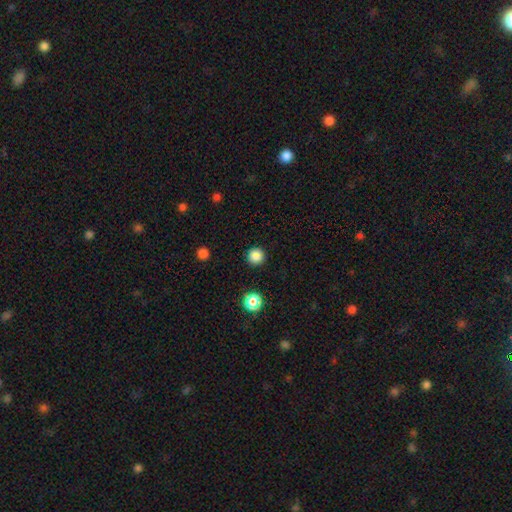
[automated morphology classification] Smooth or featured: smooth — 84% (star or artifact — 13%)
How rounded: round — 96% (in between — 3%)
Merging: none — 92% (minor disturbance — 5%)